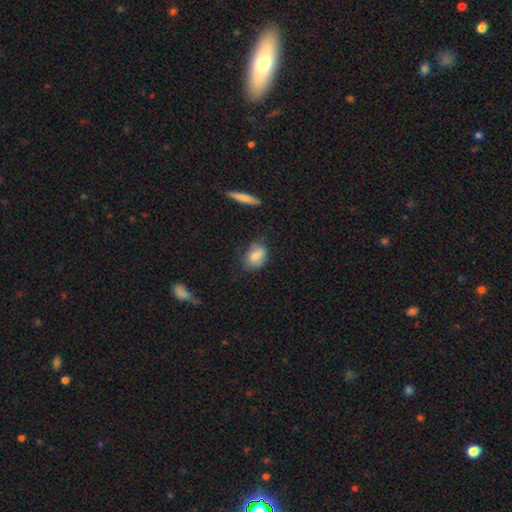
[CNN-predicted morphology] smooth_or_featured: smooth (p=0.81) [alt: featured or disk p=0.12]
how_rounded: in between (p=0.74) [alt: round p=0.23]
merging: none (p=0.66) [alt: minor disturbance p=0.25]